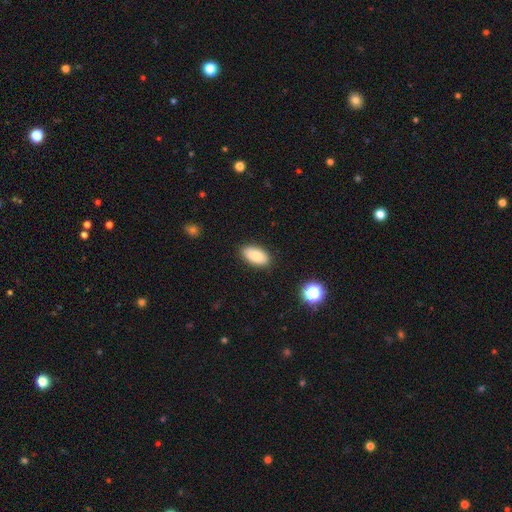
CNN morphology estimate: Overall: smooth (83%). How rounded: in between (93%). Merging: none (87%).